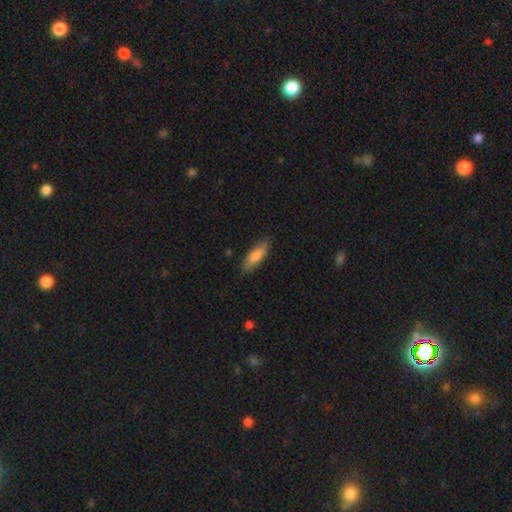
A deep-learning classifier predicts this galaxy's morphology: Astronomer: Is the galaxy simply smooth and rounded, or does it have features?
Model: smooth — 81%.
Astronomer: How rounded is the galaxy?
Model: in between — 54% (runner-up: cigar-shaped, 44%).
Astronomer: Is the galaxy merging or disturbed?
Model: none — 84%.